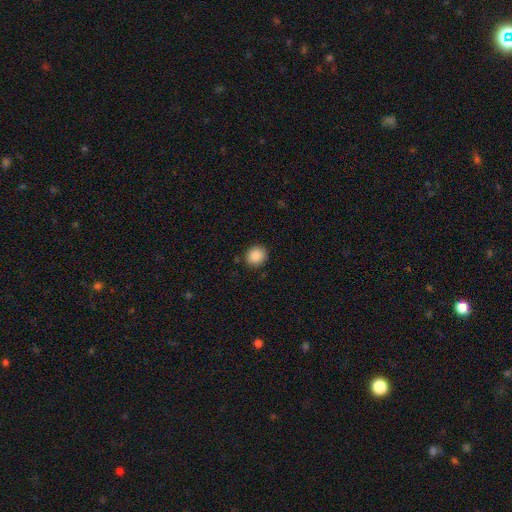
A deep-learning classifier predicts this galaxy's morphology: smooth_or_featured: smooth (p=0.89) [alt: star or artifact p=0.08]
how_rounded: round (p=0.81) [alt: in between p=0.18]
merging: none (p=0.89) [alt: minor disturbance p=0.08]